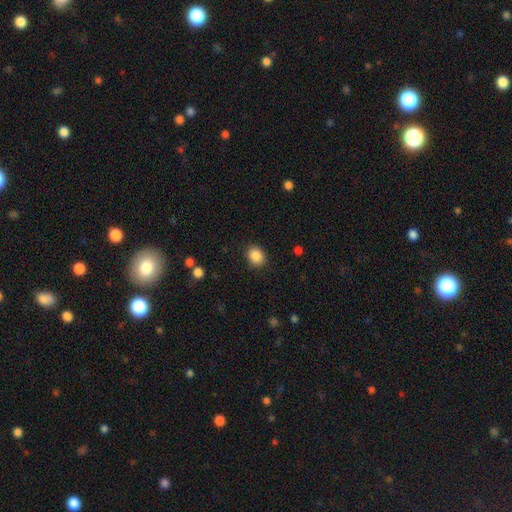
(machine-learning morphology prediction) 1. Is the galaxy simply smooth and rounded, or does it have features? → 88% smooth, 9% star or artifact, 3% featured or disk.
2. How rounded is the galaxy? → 56% round, 43% in between, 1% cigar-shaped.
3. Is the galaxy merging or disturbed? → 88% none, 8% minor disturbance, 3% major disturbance, 1% merger.